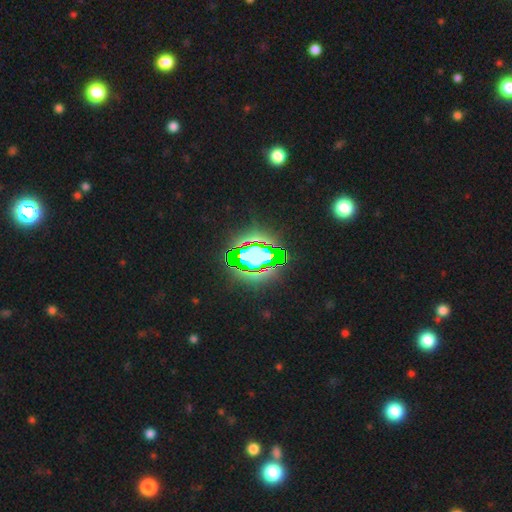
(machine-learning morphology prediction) smooth-or-featured: star or artifact: 61% | smooth: 20% | featured or disk: 19%